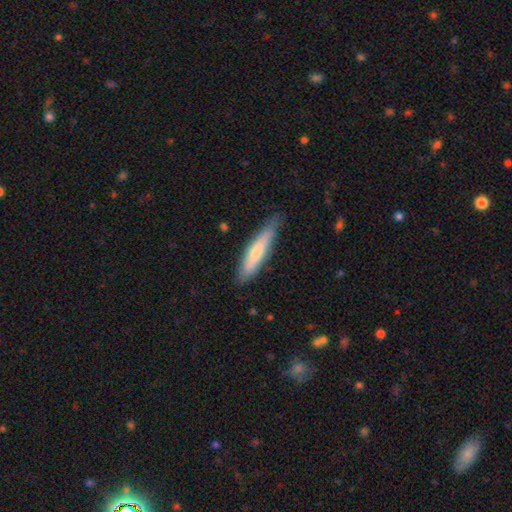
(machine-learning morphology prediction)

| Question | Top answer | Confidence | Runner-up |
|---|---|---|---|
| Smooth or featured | smooth | 64% | featured or disk (30%) |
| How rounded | cigar-shaped | 84% | in between (15%) |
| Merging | none | 77% | minor disturbance (19%) |